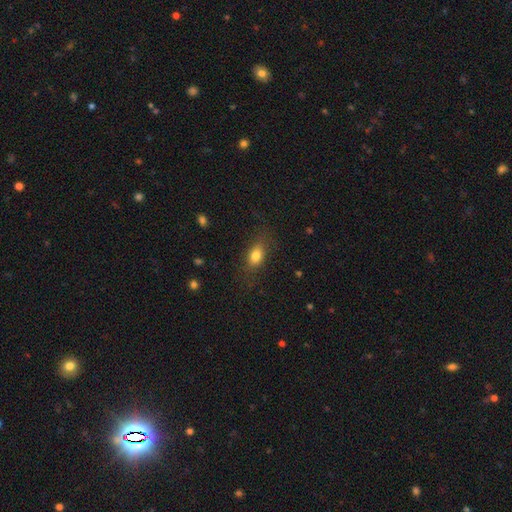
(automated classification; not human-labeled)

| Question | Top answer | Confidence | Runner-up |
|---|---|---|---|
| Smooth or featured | smooth | 80% | featured or disk (10%) |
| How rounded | in between | 80% | round (14%) |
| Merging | none | 77% | minor disturbance (15%) |